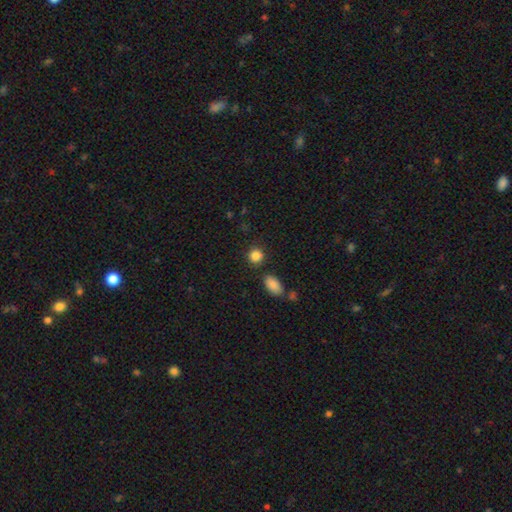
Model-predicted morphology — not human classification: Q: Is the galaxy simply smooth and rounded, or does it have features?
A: smooth — 86%.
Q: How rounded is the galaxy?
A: round — 83%.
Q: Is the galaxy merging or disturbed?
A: none — 81%.